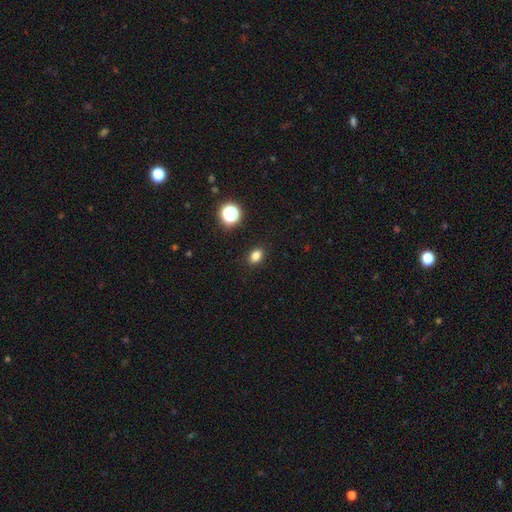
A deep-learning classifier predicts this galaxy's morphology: Smooth or featured? smooth (81%)
How rounded? in between (69%)
Merging? none (89%)